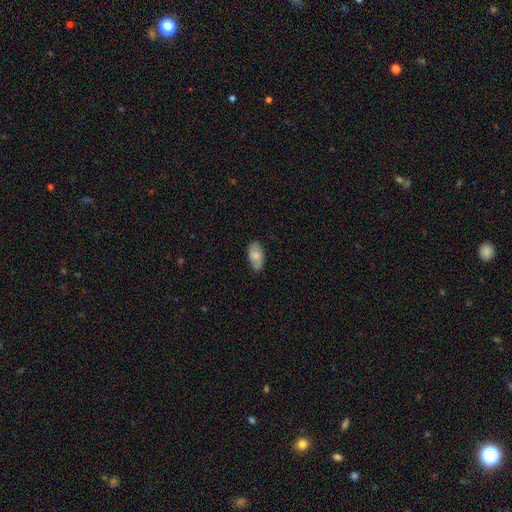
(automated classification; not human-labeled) A smooth galaxy with no disk features (74%) that is in between round and cigar-shaped (94%).

Vote fractions:
- Smooth or featured? smooth: 74% / featured or disk: 19% / star or artifact: 6%
- How rounded? in between: 94% / round: 3% / cigar-shaped: 3%
- Merging? none: 79% / minor disturbance: 17% / major disturbance: 3% / merger: 1%